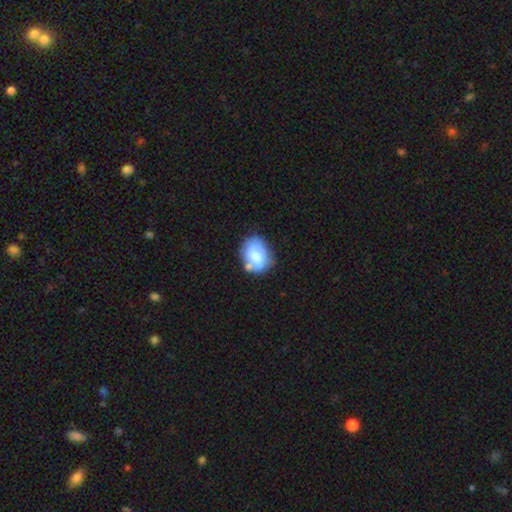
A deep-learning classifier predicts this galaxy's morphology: A smooth galaxy with no disk features (67%) that is in between round and cigar-shaped (63%). Merging: none (51%).